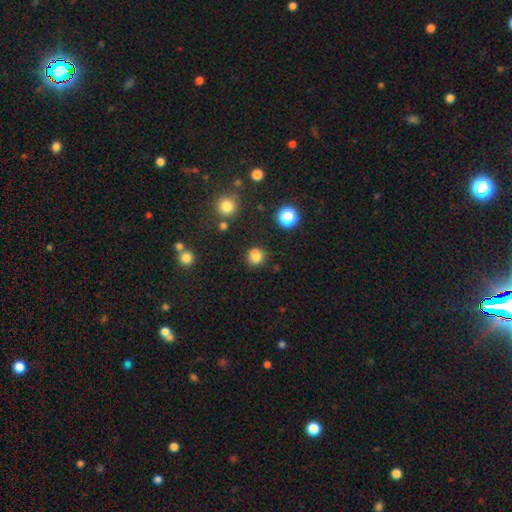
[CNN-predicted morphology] The model was most divided on "how rounded": round: 74%, in between: 25%, cigar-shaped: 1%. More confident: smooth or featured — smooth (80%); merging — none (77%).